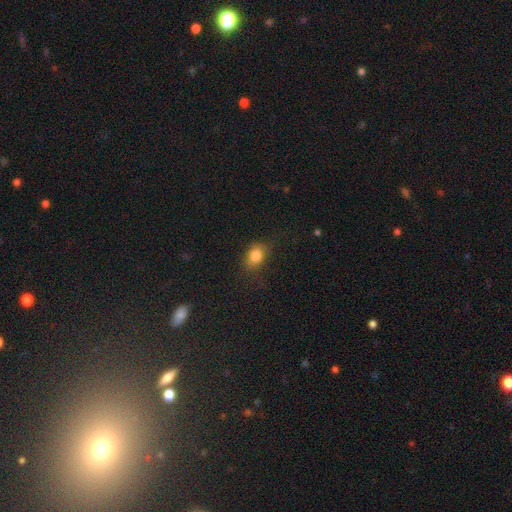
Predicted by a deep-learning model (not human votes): Morphology: type=smooth (82%); roundness=in between (60%); merging=none (71%).